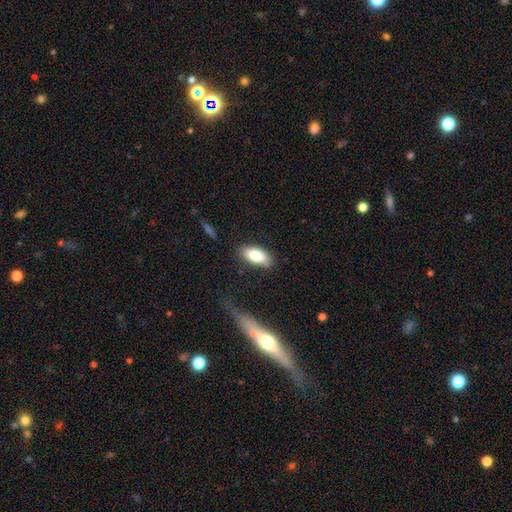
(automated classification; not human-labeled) Smooth or featured: smooth — 83% (featured or disk — 10%)
How rounded: in between — 89% (cigar-shaped — 8%)
Merging: none — 76% (minor disturbance — 18%)